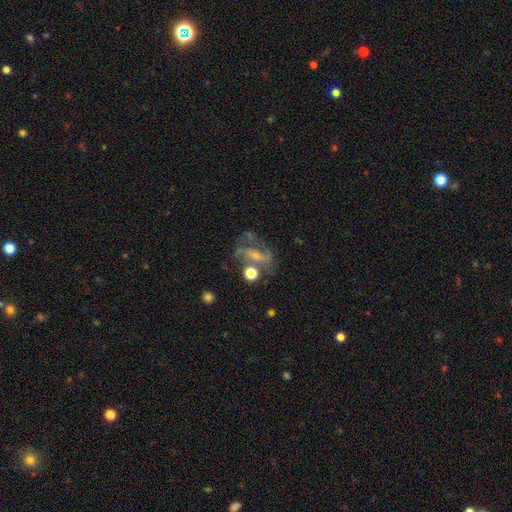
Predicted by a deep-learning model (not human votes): Q: Smooth or featured?
A: featured or disk (64%); runner-up: smooth (19%)
Q: Edge-on disk?
A: no (93%); runner-up: yes (7%)
Q: Bar?
A: no (42%); runner-up: weak (35%)
Q: Spiral arms?
A: yes (63%); runner-up: no (37%)
Q: Bulge size?
A: small (55%); runner-up: moderate (30%)
Q: Merging?
A: none (44%); runner-up: major disturbance (26%)